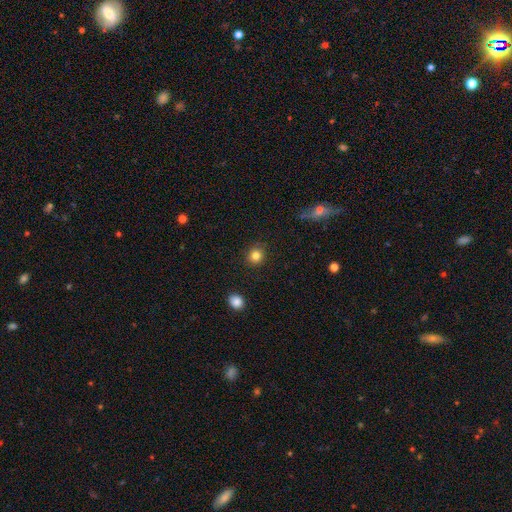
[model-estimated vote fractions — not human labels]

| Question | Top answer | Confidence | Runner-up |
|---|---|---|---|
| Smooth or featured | smooth | 84% | star or artifact (11%) |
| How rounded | round | 87% | in between (12%) |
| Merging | none | 89% | minor disturbance (7%) |